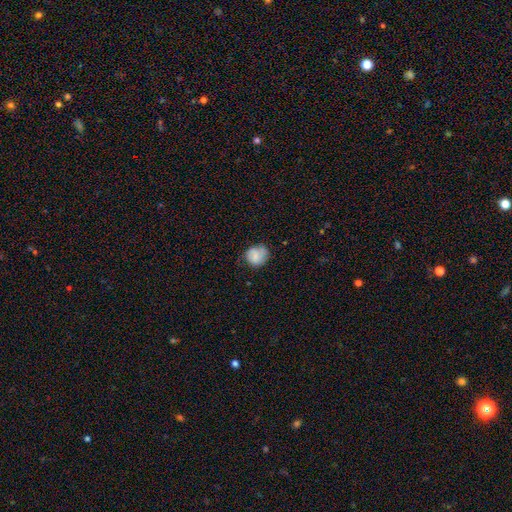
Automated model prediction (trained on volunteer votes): Q: Smooth or featured?
A: smooth (74%); runner-up: featured or disk (17%)
Q: How rounded?
A: round (77%); runner-up: in between (22%)
Q: Merging?
A: none (63%); runner-up: minor disturbance (27%)